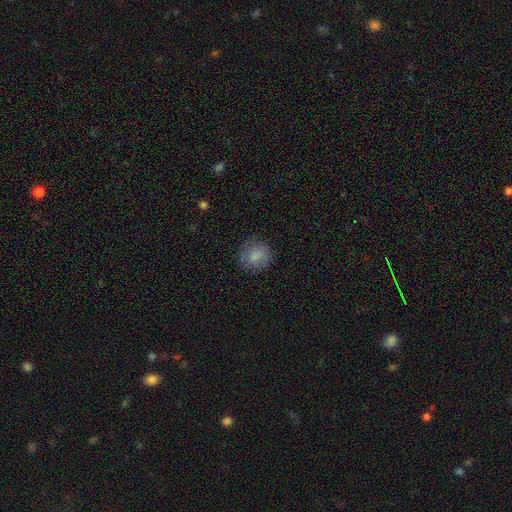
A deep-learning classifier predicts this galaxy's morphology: smooth-or-featured: smooth: 80% | featured or disk: 11% | star or artifact: 9%
  how-rounded: round: 74% | in between: 25% | cigar-shaped: 1%
  merging: none: 78% | minor disturbance: 15% | major disturbance: 6% | merger: 1%